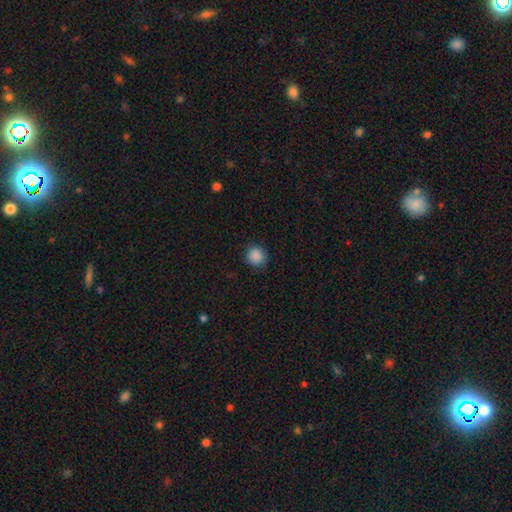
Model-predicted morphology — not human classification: A smooth galaxy with no disk features (88%) that is round (91%). Merging: none (87%).